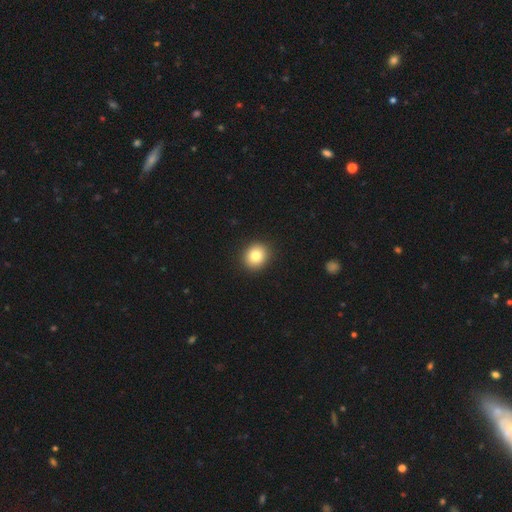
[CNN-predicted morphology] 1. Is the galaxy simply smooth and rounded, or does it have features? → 82% smooth, 10% star or artifact, 8% featured or disk.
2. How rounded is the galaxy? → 78% round, 21% in between, 1% cigar-shaped.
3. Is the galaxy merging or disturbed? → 92% none, 5% minor disturbance, 2% major disturbance, 1% merger.